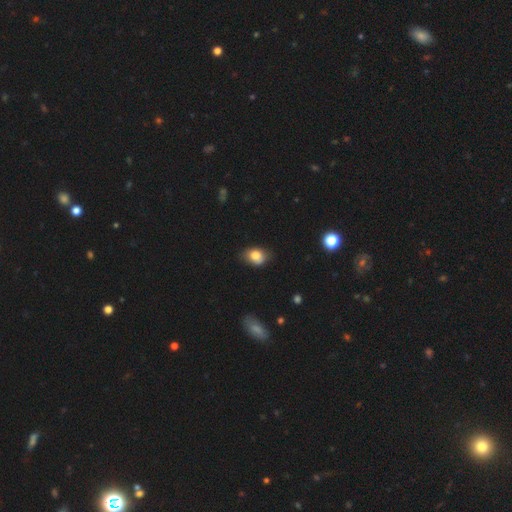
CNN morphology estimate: Smooth or featured? Predicted: smooth (p=0.80). How rounded? Predicted: in between (p=0.69). Merging? Predicted: none (p=0.68).